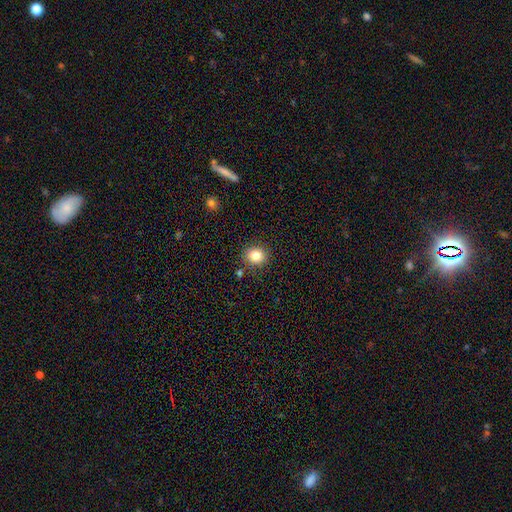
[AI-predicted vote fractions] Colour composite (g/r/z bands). It shows a smooth galaxy with no disk features (83%) that is round (80%). Merging: none (86%).